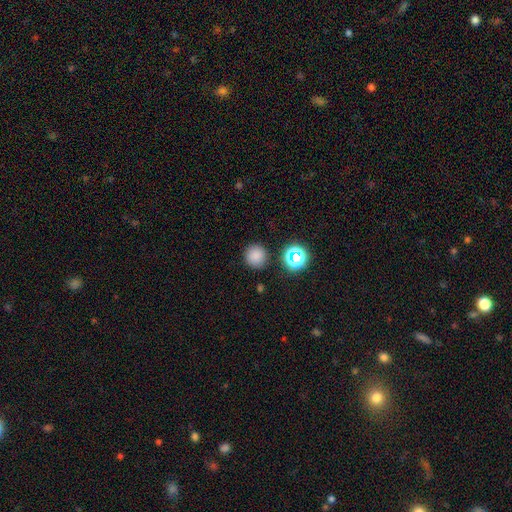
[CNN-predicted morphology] Smooth or featured: smooth — 80% (star or artifact — 15%)
How rounded: round — 94% (in between — 5%)
Merging: none — 87% (minor disturbance — 7%)